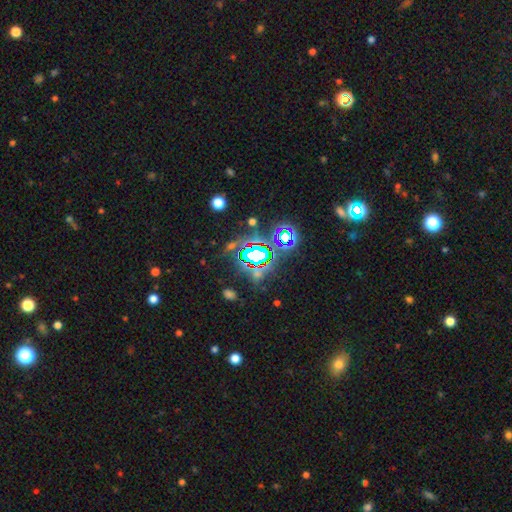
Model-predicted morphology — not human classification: The model was most divided on "smooth or featured": star or artifact: 73%, smooth: 15%, featured or disk: 12%.